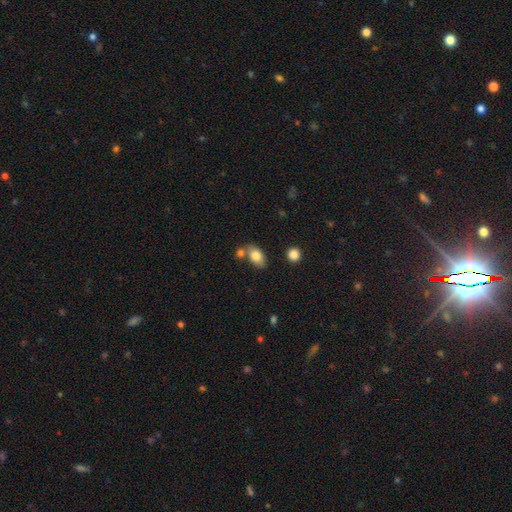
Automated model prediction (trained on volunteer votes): Q: Smooth or featured?
A: smooth (80%); runner-up: featured or disk (12%)
Q: How rounded?
A: in between (86%); runner-up: round (12%)
Q: Merging?
A: none (59%); runner-up: merger (21%)